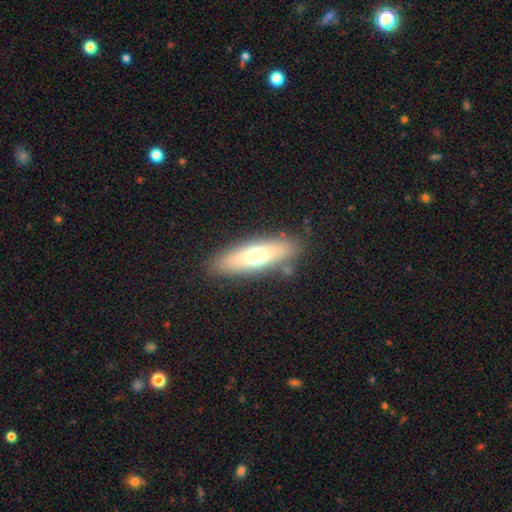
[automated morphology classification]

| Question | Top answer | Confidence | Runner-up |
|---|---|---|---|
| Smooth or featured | smooth | 60% | featured or disk (33%) |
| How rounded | cigar-shaped | 55% | in between (42%) |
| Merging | none | 85% | minor disturbance (10%) |